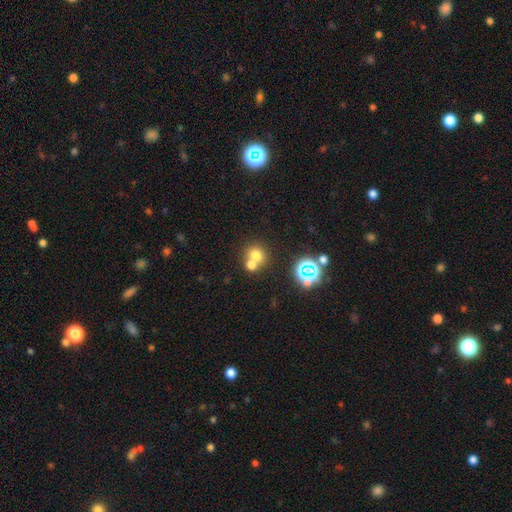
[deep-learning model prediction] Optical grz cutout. It shows a smooth galaxy with no disk features (69%) that is round (82%). Merging: none (46%).